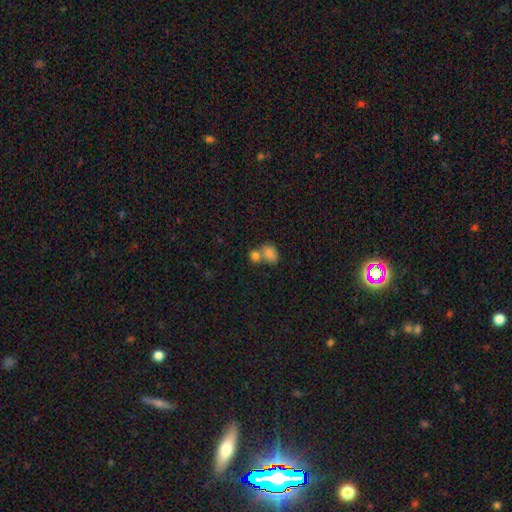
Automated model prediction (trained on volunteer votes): This appears to be a smooth galaxy with no disk features (80%) that is round (51%). Merging: merger (57%).